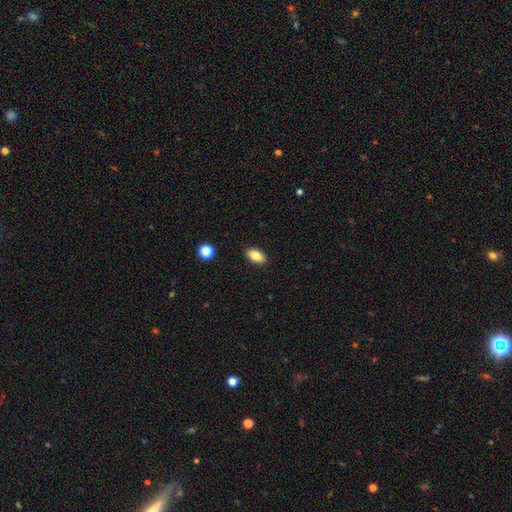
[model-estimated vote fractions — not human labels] Smooth or featured? smooth (83%)
How rounded? in between (91%)
Merging? none (89%)